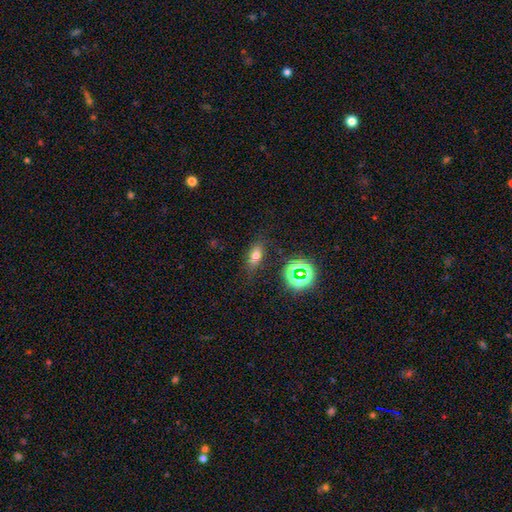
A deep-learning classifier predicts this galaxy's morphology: The model was most divided on "smooth or featured": smooth: 65%, star or artifact: 21%, featured or disk: 15%. More confident: merging — none (79%); how rounded — in between (73%).